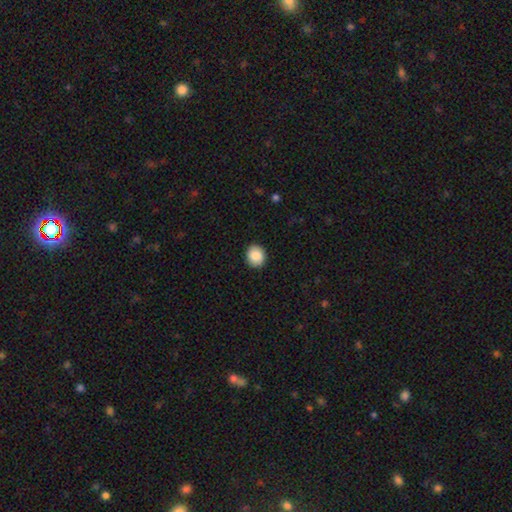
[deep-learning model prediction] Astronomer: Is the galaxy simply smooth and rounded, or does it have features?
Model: smooth — 87%.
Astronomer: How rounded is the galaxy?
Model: round — 73%.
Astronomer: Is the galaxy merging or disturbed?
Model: none — 90%.